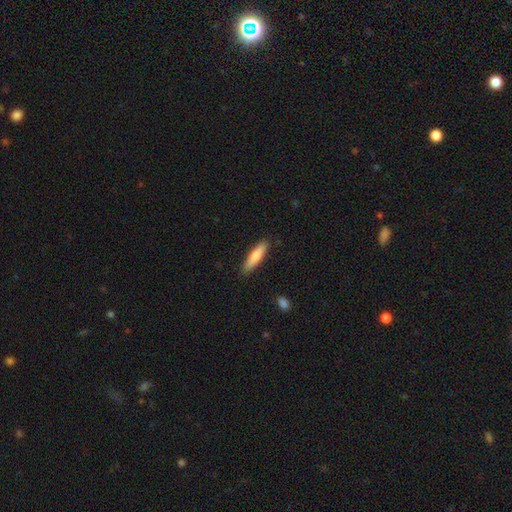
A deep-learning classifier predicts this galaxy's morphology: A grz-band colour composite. It shows a smooth galaxy with no disk features (76%) that is cigar-shaped (79%). Merging: none (88%).